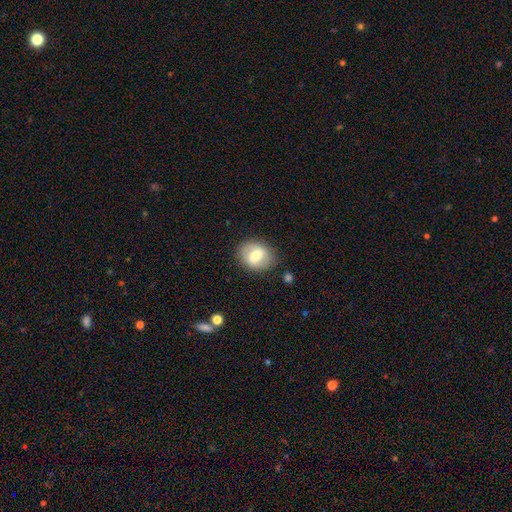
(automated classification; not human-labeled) The model was most divided on "how rounded": round: 52%, in between: 47%, cigar-shaped: 1%. More confident: merging — none (82%); smooth or featured — smooth (55%).